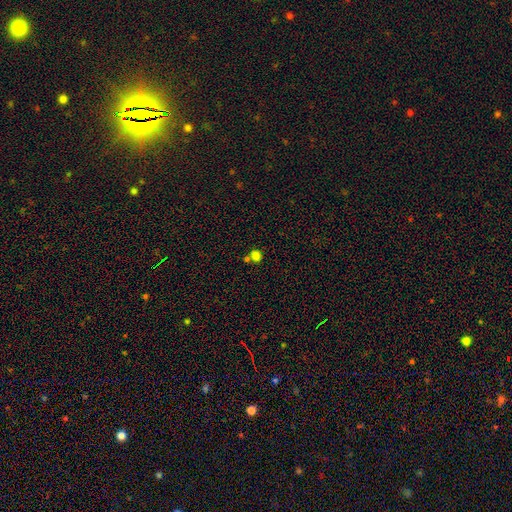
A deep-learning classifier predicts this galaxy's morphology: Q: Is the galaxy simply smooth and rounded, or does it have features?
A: smooth — 76%.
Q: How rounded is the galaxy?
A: round — 68%.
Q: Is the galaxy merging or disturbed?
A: none — 62%.